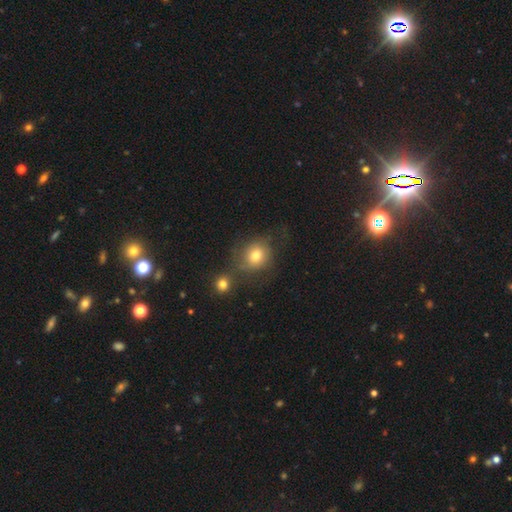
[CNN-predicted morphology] A smooth galaxy with no disk features (73%) that is round (78%). Merging: none (54%).